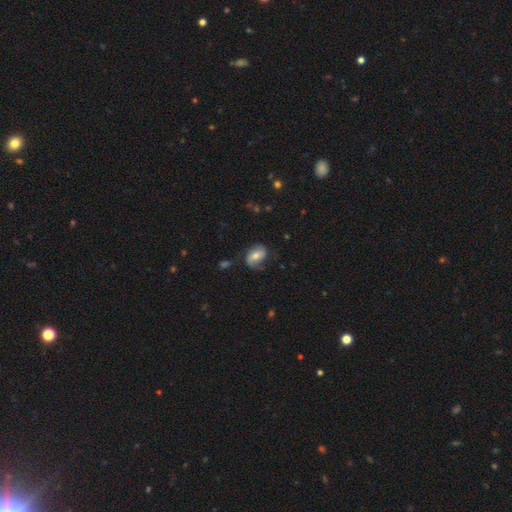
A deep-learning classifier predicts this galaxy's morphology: type=featured or disk (48%); merging=none (62%).